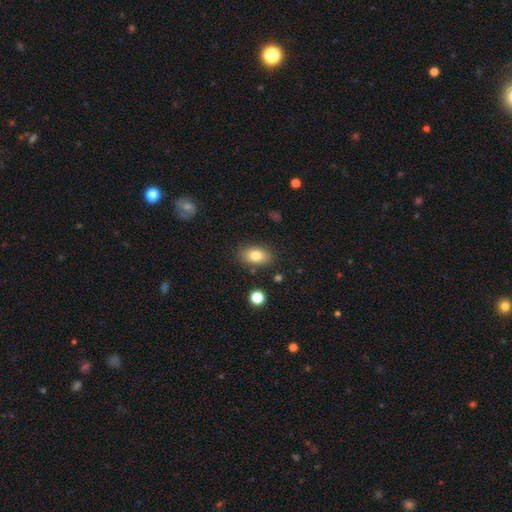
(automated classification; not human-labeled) Smooth or featured? smooth (81%)
How rounded? in between (88%)
Merging? none (84%)